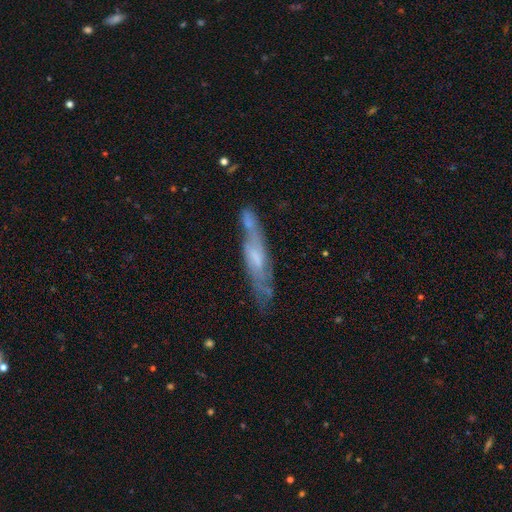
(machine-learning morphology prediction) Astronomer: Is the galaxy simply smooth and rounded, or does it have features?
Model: featured or disk — 63%.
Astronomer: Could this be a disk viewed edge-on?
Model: yes — 59% (runner-up: no, 41%).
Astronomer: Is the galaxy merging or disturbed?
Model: none — 62%.